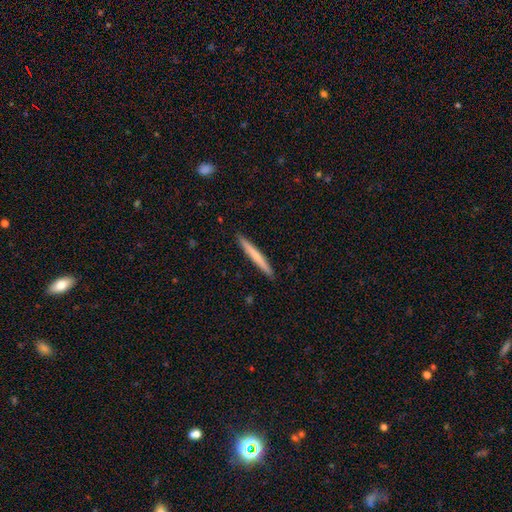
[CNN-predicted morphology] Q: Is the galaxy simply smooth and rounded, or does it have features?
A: smooth — 63%.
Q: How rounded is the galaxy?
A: cigar-shaped — 97%.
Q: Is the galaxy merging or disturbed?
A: none — 92%.